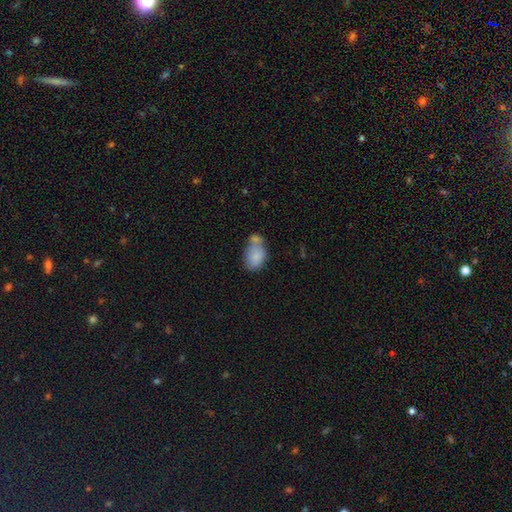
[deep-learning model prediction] Overall: smooth (81%). How rounded: in between (83%). Merging: merger (44%; none 33%).